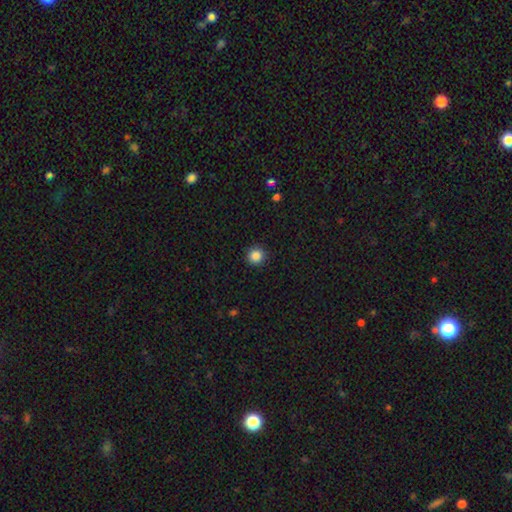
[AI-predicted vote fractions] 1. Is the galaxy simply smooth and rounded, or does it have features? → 87% smooth, 10% star or artifact, 3% featured or disk.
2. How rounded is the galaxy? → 95% round, 4% in between, 1% cigar-shaped.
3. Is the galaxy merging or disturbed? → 92% none, 5% minor disturbance, 2% major disturbance, 1% merger.